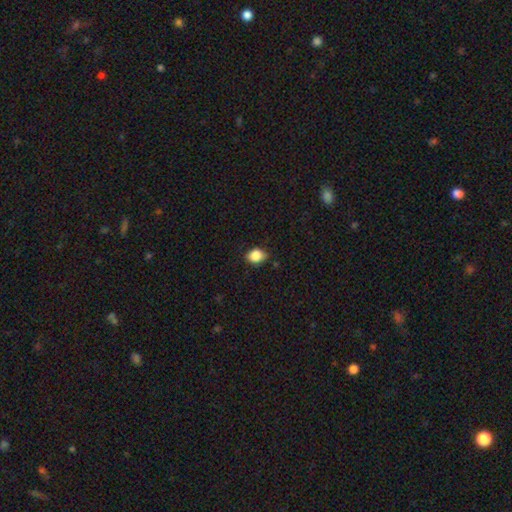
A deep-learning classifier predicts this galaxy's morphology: A smooth galaxy with no disk features (85%) that is in between round and cigar-shaped (54%).

Vote fractions:
- Smooth or featured? smooth: 85% / star or artifact: 9% / featured or disk: 6%
- How rounded? in between: 54% / round: 45% / cigar-shaped: 1%
- Merging? none: 72% / minor disturbance: 23% / major disturbance: 4% / merger: 1%